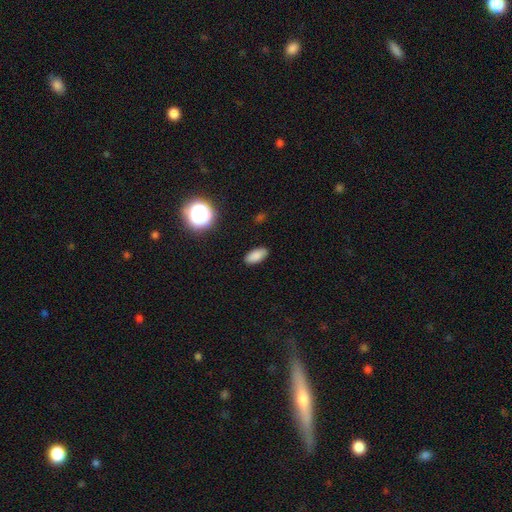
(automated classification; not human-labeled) This appears to be a smooth galaxy with no disk features (84%) that is in between round and cigar-shaped (90%). Merging: none (89%).